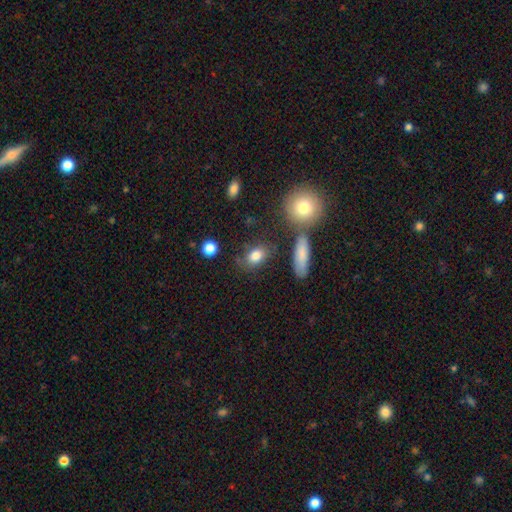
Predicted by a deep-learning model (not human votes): Overall: smooth (82%). How rounded: in between (74%). Merging: none (71%).